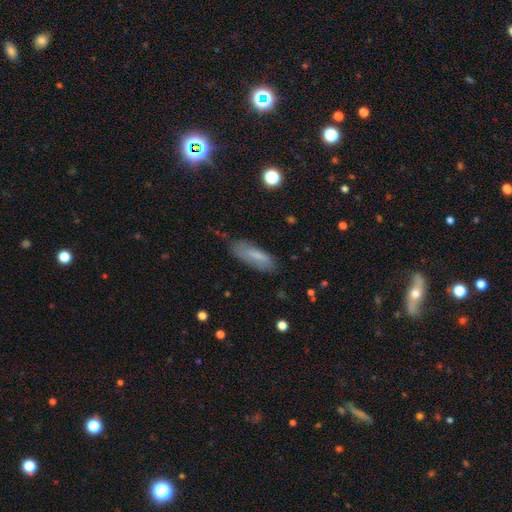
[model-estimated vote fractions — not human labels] smooth_or_featured: smooth (p=0.69) [alt: featured or disk p=0.23]
how_rounded: in between (p=0.53) [alt: cigar-shaped p=0.45]
merging: none (p=0.65) [alt: minor disturbance p=0.26]